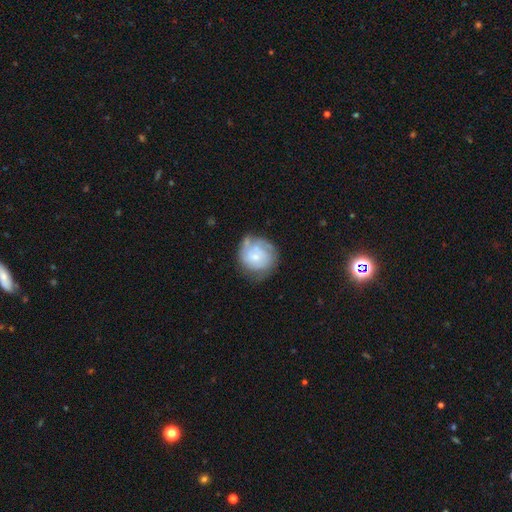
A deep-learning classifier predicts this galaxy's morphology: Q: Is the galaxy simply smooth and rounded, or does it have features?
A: featured or disk — 53%.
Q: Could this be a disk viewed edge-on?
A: no — 98%.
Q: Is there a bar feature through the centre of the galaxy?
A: no — 72%.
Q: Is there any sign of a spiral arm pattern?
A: yes — 70%.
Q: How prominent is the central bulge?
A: small — 60%.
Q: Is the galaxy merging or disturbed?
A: none — 55%.